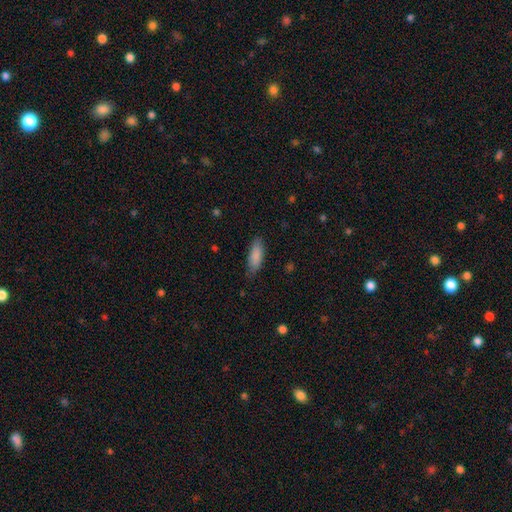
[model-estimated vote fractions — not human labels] Q: Smooth or featured?
A: smooth (87%); runner-up: featured or disk (7%)
Q: How rounded?
A: in between (68%); runner-up: cigar-shaped (31%)
Q: Merging?
A: none (80%); runner-up: minor disturbance (16%)